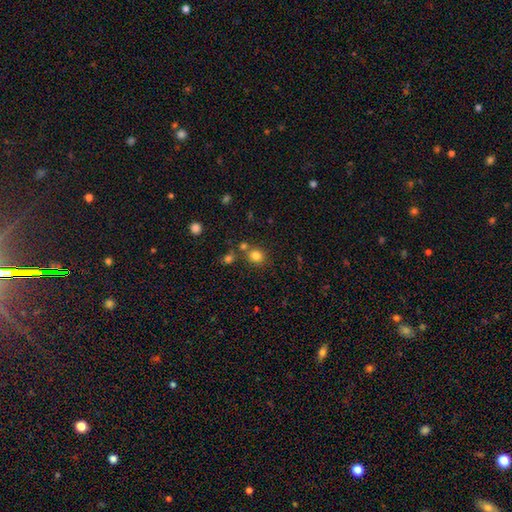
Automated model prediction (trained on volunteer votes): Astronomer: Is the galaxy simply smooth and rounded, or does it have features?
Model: smooth — 81%.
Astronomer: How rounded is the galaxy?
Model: round — 79%.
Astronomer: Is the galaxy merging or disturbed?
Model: none — 70%.